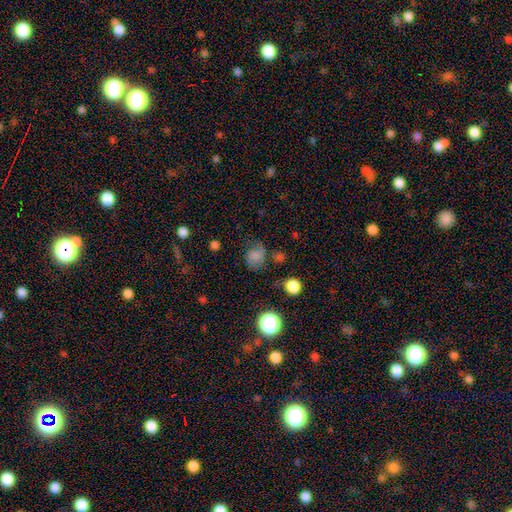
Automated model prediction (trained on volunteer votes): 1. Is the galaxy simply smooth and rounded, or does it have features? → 63% smooth, 21% featured or disk, 16% star or artifact.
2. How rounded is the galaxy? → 69% round, 30% in between, 1% cigar-shaped.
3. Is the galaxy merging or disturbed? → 57% none, 25% minor disturbance, 14% major disturbance, 4% merger.